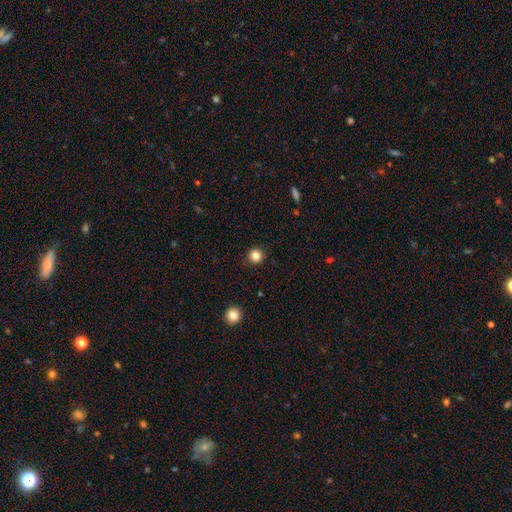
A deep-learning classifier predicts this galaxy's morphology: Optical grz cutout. It shows a smooth galaxy with no disk features (84%) that is round (93%). Merging: none (91%).